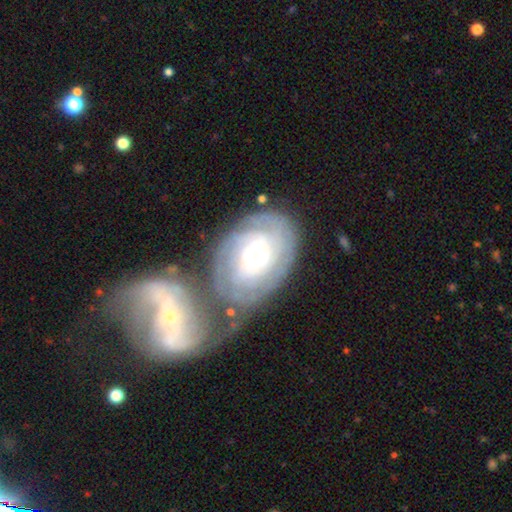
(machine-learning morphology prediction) A featured or disk galaxy (74%) with no bar (71%), tight (71%) spiral arms (89%) and a moderate central bulge (37%). Merging: none (40%).